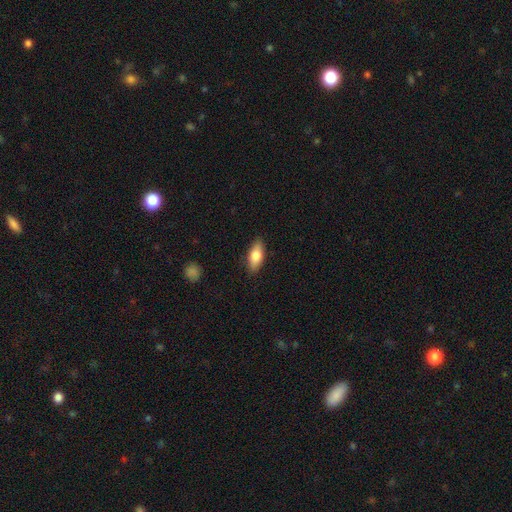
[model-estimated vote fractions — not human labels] This appears to be a smooth galaxy with no disk features (75%) that is in between round and cigar-shaped (79%). Merging: none (87%).